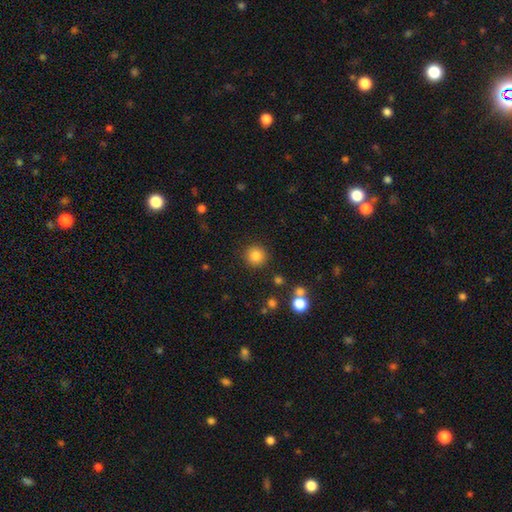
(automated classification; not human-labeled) The model was most divided on "smooth or featured": smooth: 85%, star or artifact: 11%, featured or disk: 4%. More confident: how rounded — round (94%); merging — none (90%).